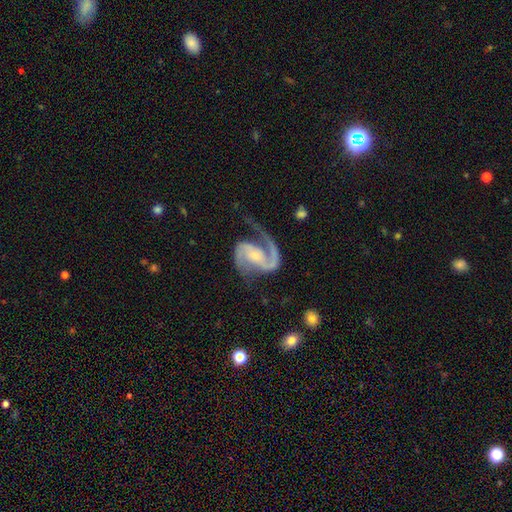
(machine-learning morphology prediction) Smooth or featured?
  - featured or disk: 93% *
  - star or artifact: 4%
  - smooth: 3%
Edge-on disk?
  - no: 98% *
  - yes: 2%
Bar?
  - no: 43% *
  - weak: 37%
  - strong: 21%
Spiral arms?
  - yes: 98% *
  - no: 2%
Spiral winding?
  - medium: 58% *
  - loose: 22%
  - tight: 19%
Spiral arm count?
  - 2: 85% *
  - 1: 10%
  - can't tell: 2%
  - 3: 1%
  - 4: 1%
  - more than 4: 1%
Bulge size?
  - small: 59% *
  - moderate: 31%
  - none: 6%
  - large: 3%
  - dominant: 1%
Merging?
  - none: 60% *
  - major disturbance: 20%
  - minor disturbance: 18%
  - merger: 3%